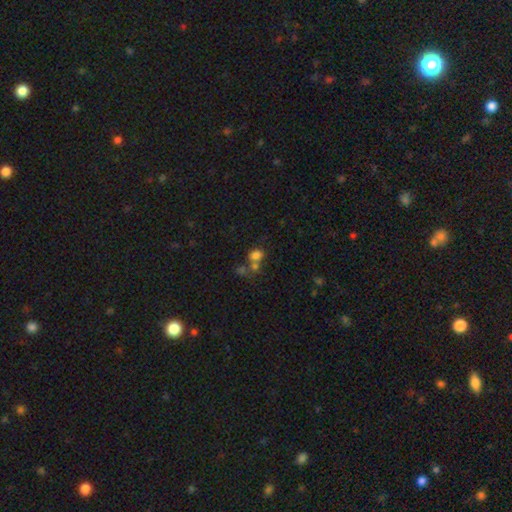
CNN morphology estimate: type=smooth (72%); roundness=in between (57%); merging=merger (46%).